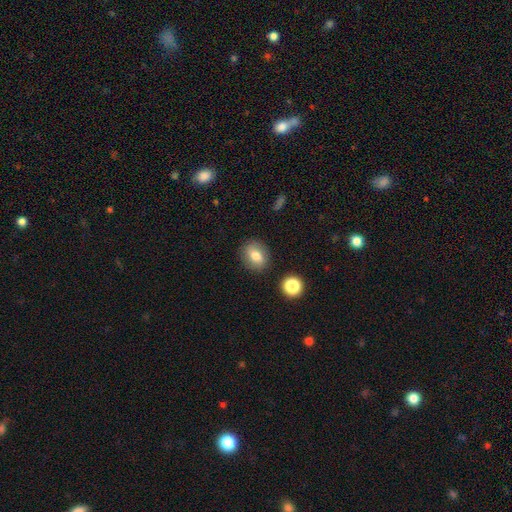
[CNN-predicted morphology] A smooth galaxy with no disk features (75%) that is round (51%).

Vote fractions:
- Smooth or featured? smooth: 75% / featured or disk: 16% / star or artifact: 9%
- How rounded? round: 51% / in between: 47% / cigar-shaped: 2%
- Merging? none: 84% / minor disturbance: 10% / merger: 3% / major disturbance: 3%